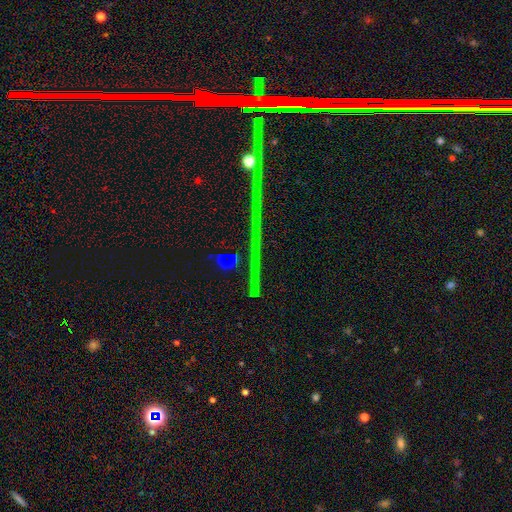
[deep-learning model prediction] star or artifact 79%, featured or disk 12%, smooth 9%.